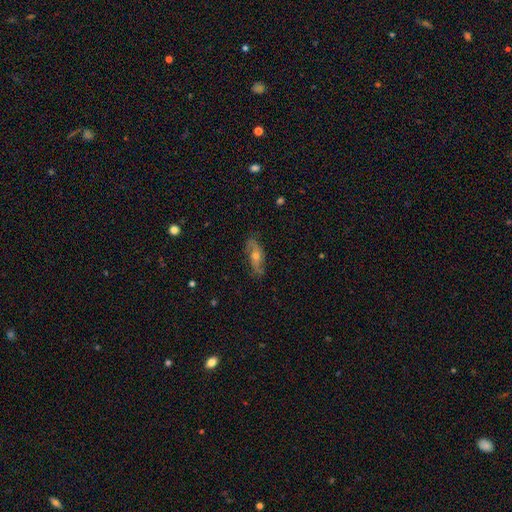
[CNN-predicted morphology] smooth_or_featured: featured or disk (p=0.62) [alt: smooth p=0.30]
disk_edge_on: no (p=0.82) [alt: yes p=0.18]
bar: no (p=0.68) [alt: weak p=0.26]
has_spiral_arms: yes (p=0.82) [alt: no p=0.18]
bulge_size: moderate (p=0.63) [alt: small p=0.27]
merging: none (p=0.76) [alt: minor disturbance p=0.18]